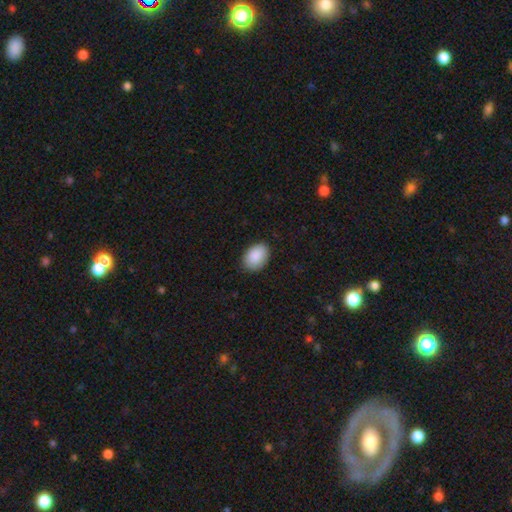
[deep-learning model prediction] Smooth or featured? Predicted: smooth (p=0.90). How rounded? Predicted: in between (p=0.86). Merging? Predicted: none (p=0.86).